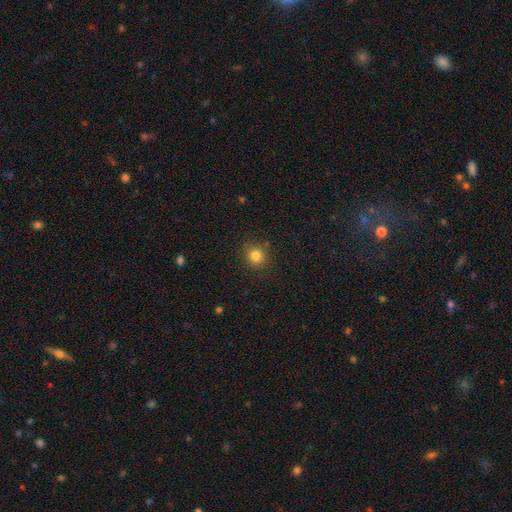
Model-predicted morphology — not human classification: Q: Smooth or featured?
A: smooth (82%); runner-up: star or artifact (12%)
Q: How rounded?
A: round (89%); runner-up: in between (10%)
Q: Merging?
A: none (87%); runner-up: minor disturbance (8%)